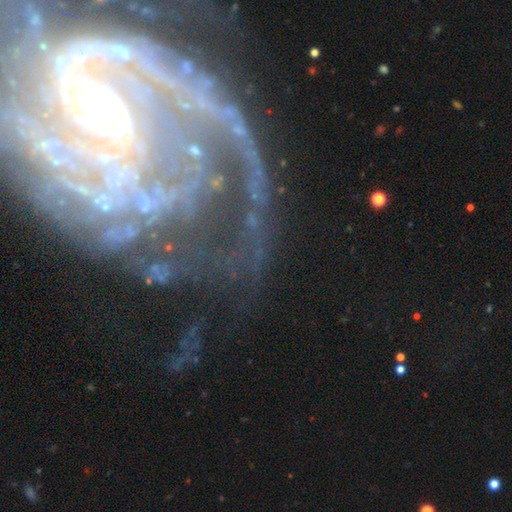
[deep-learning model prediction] Morphology: type=featured or disk (79%); edge-on=no (95%); bar=no (58%); spiral arms=yes (83%); winding=tight (54%); arm count=can't tell (33%); bulge=small (50%); merging=none (54%).